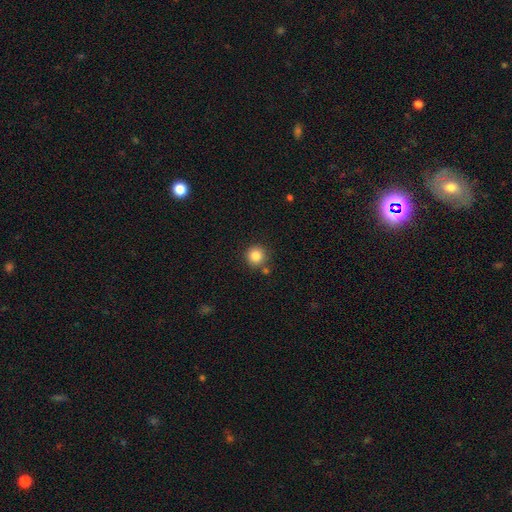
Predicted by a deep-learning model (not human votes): Smooth or featured: smooth — 85% (star or artifact — 10%)
How rounded: round — 94% (in between — 5%)
Merging: none — 83% (minor disturbance — 8%)